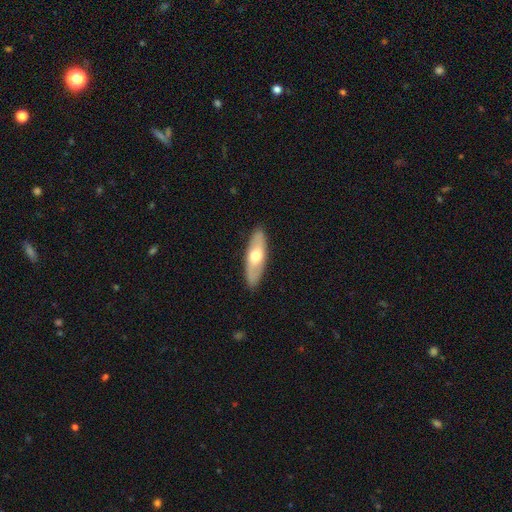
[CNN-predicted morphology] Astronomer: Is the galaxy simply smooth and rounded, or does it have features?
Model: smooth — 53% (runner-up: featured or disk, 43%).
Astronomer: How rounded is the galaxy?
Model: in between — 57% (runner-up: cigar-shaped, 40%).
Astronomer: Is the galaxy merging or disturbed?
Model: none — 88%.